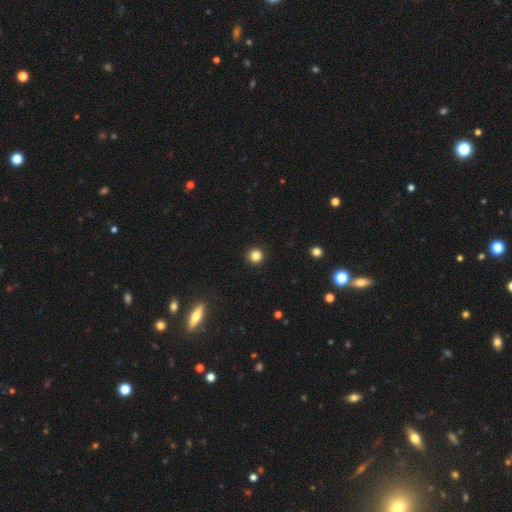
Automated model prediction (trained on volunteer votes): A smooth galaxy with no disk features (83%) that is round (96%). Merging: none (94%).